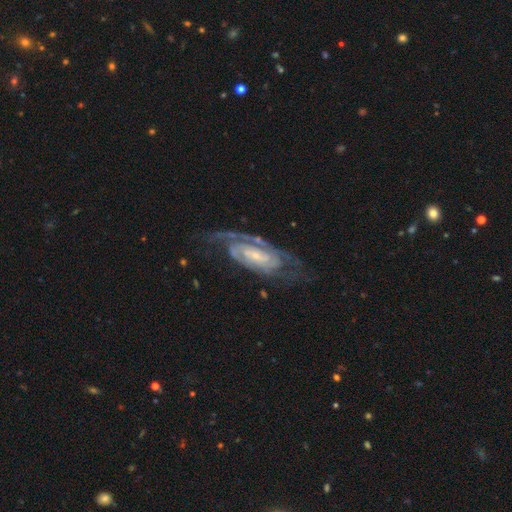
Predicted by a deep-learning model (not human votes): Smooth or featured? Predicted: featured or disk (p=0.88). Edge-on disk? Predicted: no (p=0.94). Bar? Predicted: no (p=0.44). Spiral arms? Predicted: yes (p=0.96). Spiral winding? Predicted: tight (p=0.57). Spiral arm count? Predicted: 2 (p=0.60). Bulge size? Predicted: small (p=0.71). Merging? Predicted: none (p=0.65).